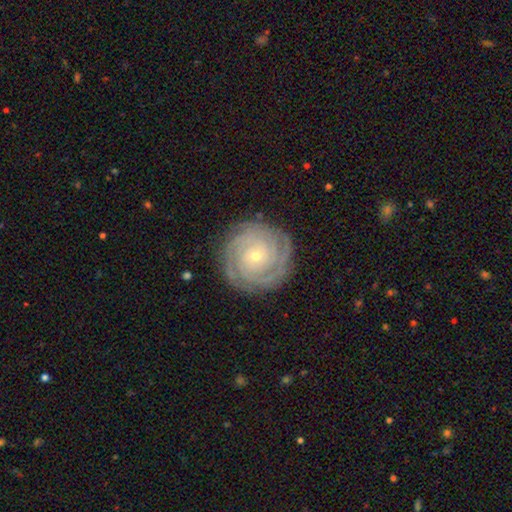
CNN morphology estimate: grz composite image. It shows a featured or disk galaxy (88%) with no bar (78%), 3 (27%) tight (86%) spiral arms (98%) and a small central bulge (78%). Merging: none (85%).